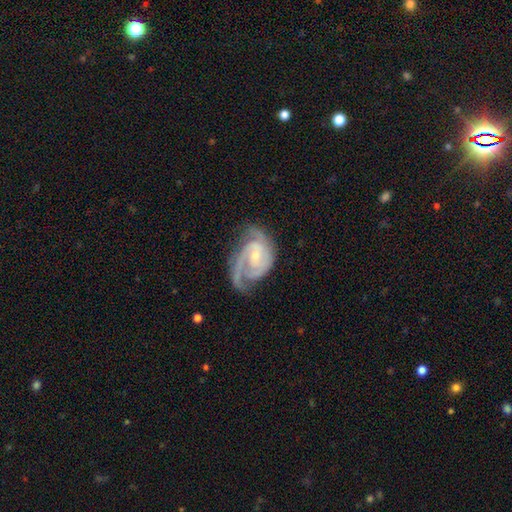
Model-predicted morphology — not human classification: Q: Smooth or featured?
A: featured or disk (89%); runner-up: smooth (6%)
Q: Edge-on disk?
A: no (97%); runner-up: yes (3%)
Q: Bar?
A: no (50%); runner-up: weak (40%)
Q: Spiral arms?
A: yes (97%); runner-up: no (3%)
Q: Spiral winding?
A: medium (45%); tied with: tight (45%)
Q: Spiral arm count?
A: 2 (59%); runner-up: 3 (21%)
Q: Bulge size?
A: small (62%); runner-up: moderate (32%)
Q: Merging?
A: none (60%); runner-up: minor disturbance (24%)